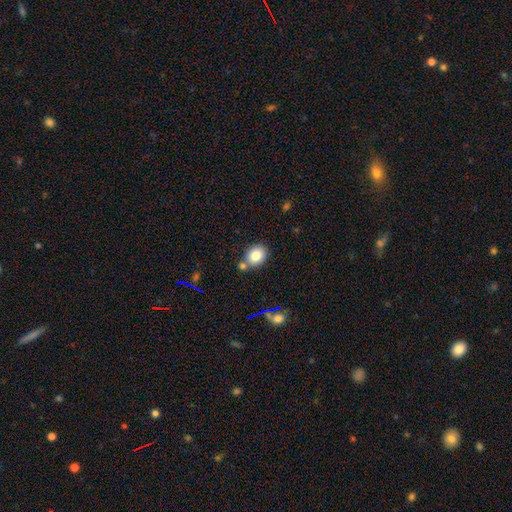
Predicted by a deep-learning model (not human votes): smooth 82%, star or artifact 10%, featured or disk 9%. Down the decision tree: how rounded — round (56%); merging — none (66%).